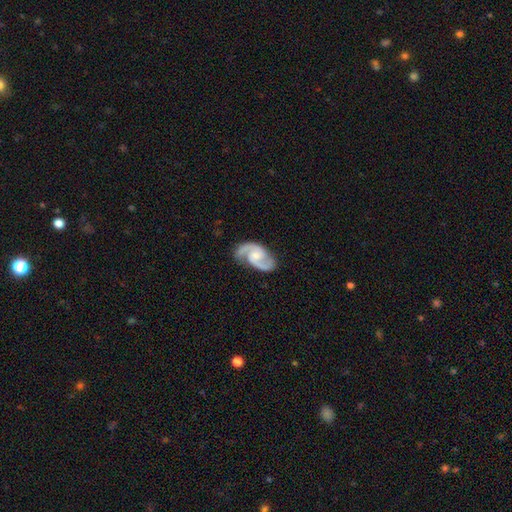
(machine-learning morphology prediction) Q: Smooth or featured?
A: featured or disk (91%); runner-up: smooth (5%)
Q: Edge-on disk?
A: no (98%); runner-up: yes (2%)
Q: Bar?
A: no (51%); runner-up: weak (40%)
Q: Spiral arms?
A: yes (98%); runner-up: no (2%)
Q: Spiral winding?
A: medium (60%); runner-up: loose (20%)
Q: Spiral arm count?
A: 2 (93%); runner-up: 1 (2%)
Q: Bulge size?
A: small (47%); runner-up: moderate (38%)
Q: Merging?
A: none (78%); runner-up: minor disturbance (15%)